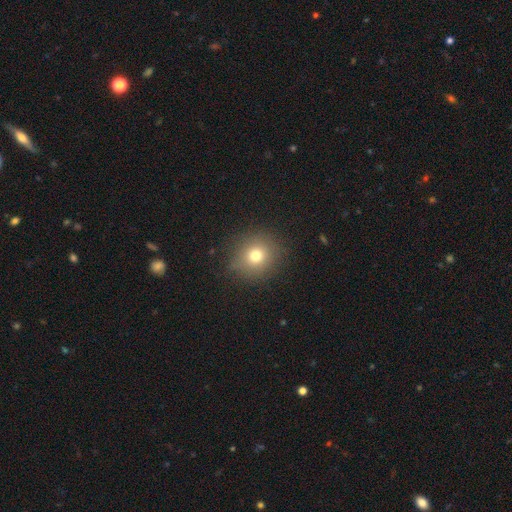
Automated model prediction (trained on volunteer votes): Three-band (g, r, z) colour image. It shows a smooth galaxy with no disk features (73%) that is round (88%). Merging: none (86%).